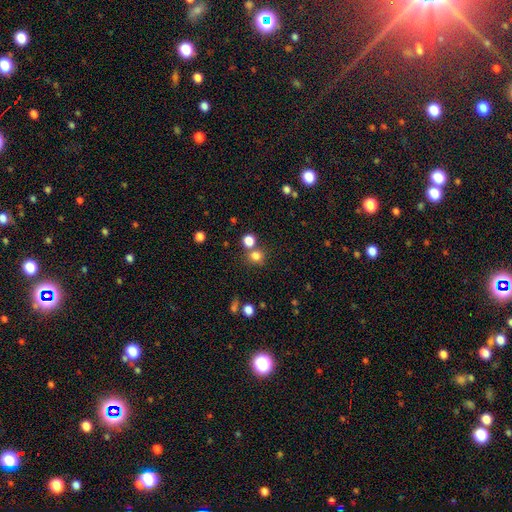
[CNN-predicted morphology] Smooth or featured? Predicted: smooth (p=0.77). How rounded? Predicted: round (p=0.86). Merging? Predicted: none (p=0.64).